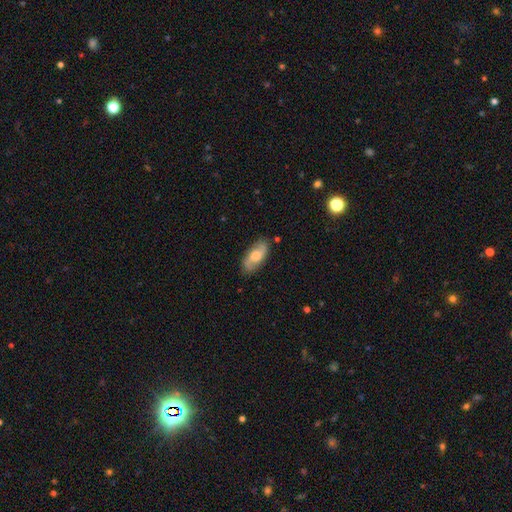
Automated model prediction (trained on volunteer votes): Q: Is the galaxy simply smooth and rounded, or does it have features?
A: smooth — 51%.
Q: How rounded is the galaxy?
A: in between — 85%.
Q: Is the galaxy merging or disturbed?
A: none — 82%.